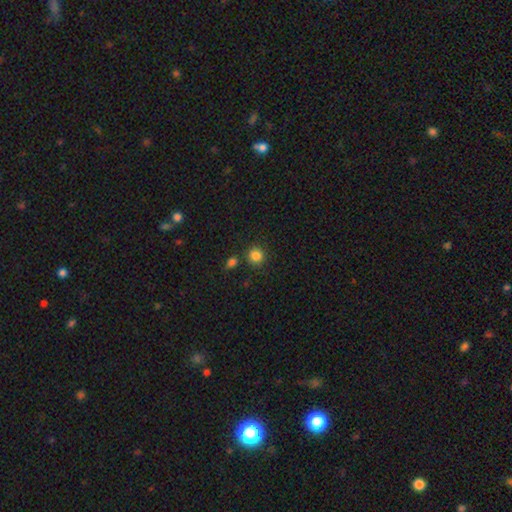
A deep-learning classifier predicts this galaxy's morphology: Smooth or featured? smooth (84%)
How rounded? round (91%)
Merging? none (83%)